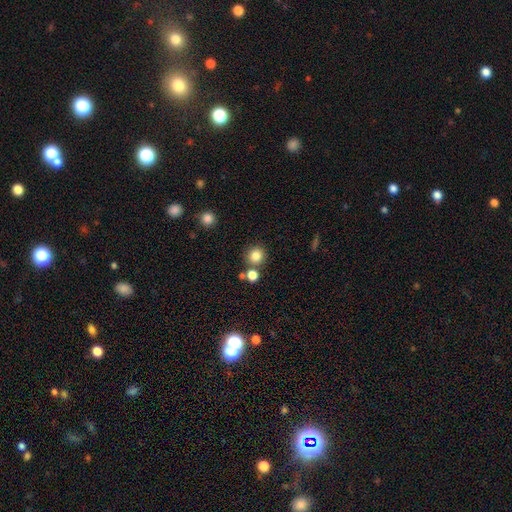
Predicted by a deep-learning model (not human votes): The model was most divided on "merging": none: 77%, merger: 13%, minor disturbance: 7%, major disturbance: 3%. More confident: how rounded — round (92%); smooth or featured — smooth (82%).